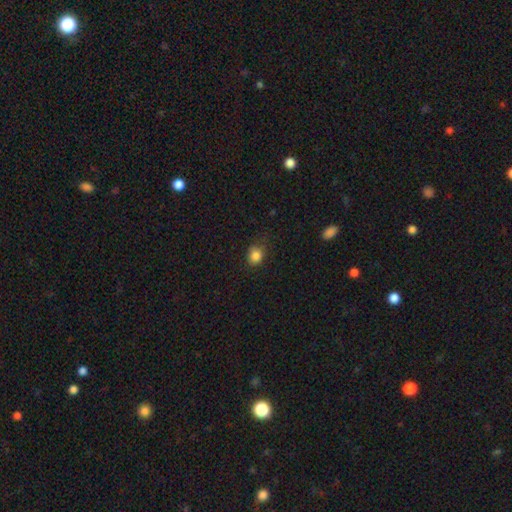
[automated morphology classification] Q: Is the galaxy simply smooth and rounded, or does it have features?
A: smooth — 84%.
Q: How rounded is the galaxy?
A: round — 67%.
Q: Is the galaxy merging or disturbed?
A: none — 67%.